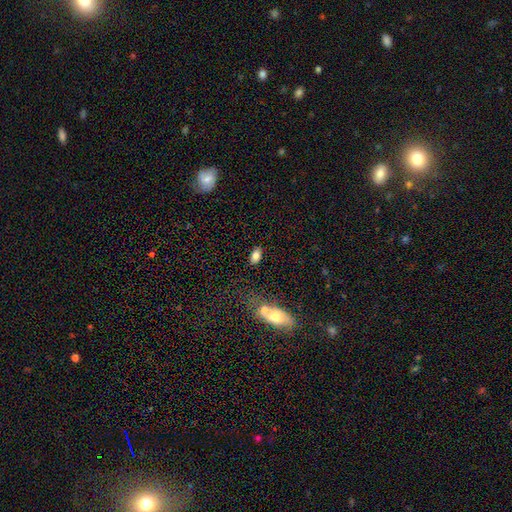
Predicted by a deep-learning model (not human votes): Smooth or featured? Predicted: smooth (p=0.79). How rounded? Predicted: in between (p=0.89). Merging? Predicted: none (p=0.81).